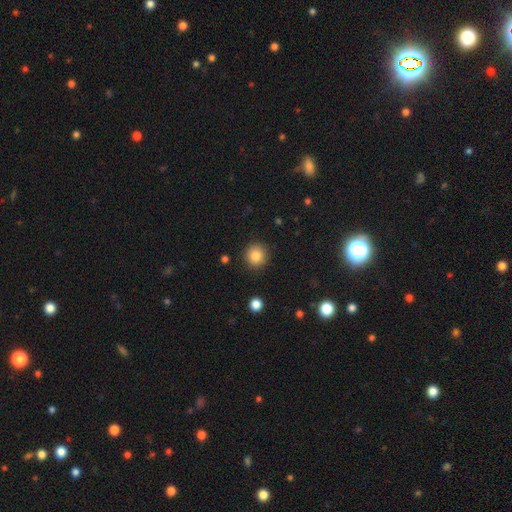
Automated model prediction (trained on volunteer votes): smooth 84%, star or artifact 10%, featured or disk 6%. Down the decision tree: how rounded — round (93%); merging — none (90%).